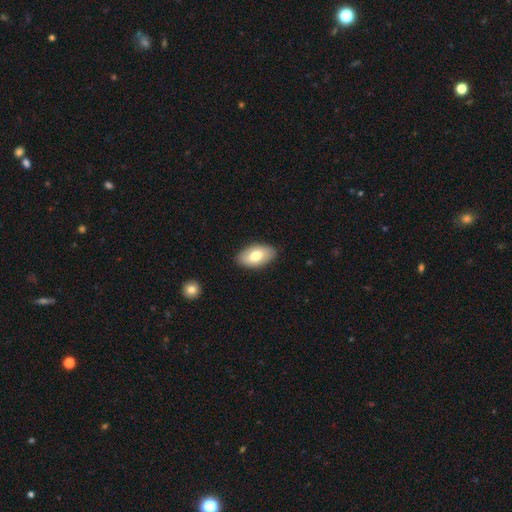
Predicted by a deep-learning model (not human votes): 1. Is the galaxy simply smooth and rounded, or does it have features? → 74% smooth, 20% featured or disk, 6% star or artifact.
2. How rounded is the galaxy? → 94% in between, 4% round, 2% cigar-shaped.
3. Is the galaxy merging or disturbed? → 86% none, 10% minor disturbance, 2% major disturbance, 1% merger.